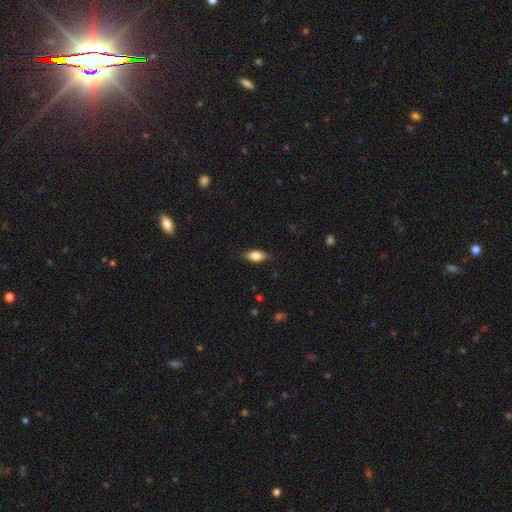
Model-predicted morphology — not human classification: smooth-or-featured: smooth: 75% | featured or disk: 18% | star or artifact: 7%
  how-rounded: in between: 83% | cigar-shaped: 12% | round: 5%
  merging: none: 81% | minor disturbance: 15% | major disturbance: 3% | merger: 1%